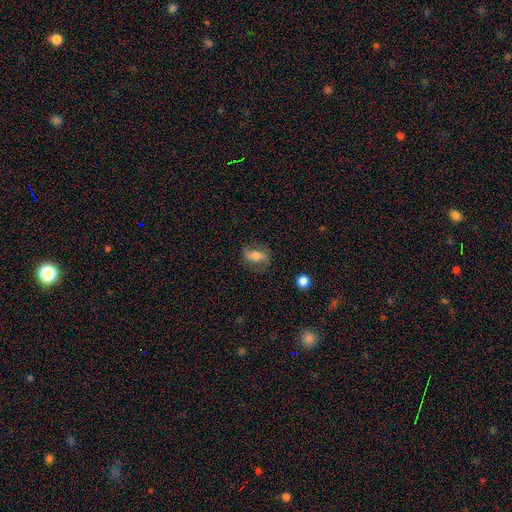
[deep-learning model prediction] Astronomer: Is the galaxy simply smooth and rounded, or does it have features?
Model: smooth — 48% (runner-up: featured or disk, 42%).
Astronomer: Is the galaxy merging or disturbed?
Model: none — 69%.